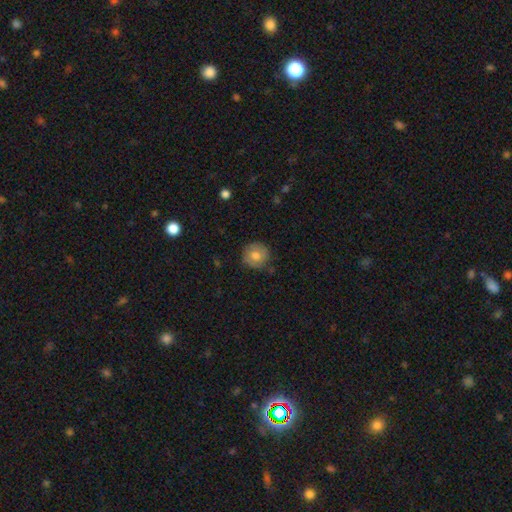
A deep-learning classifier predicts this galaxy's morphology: This is likely a smooth galaxy (74%). How rounded: clearly round (92%). Merging: clearly none (81%).